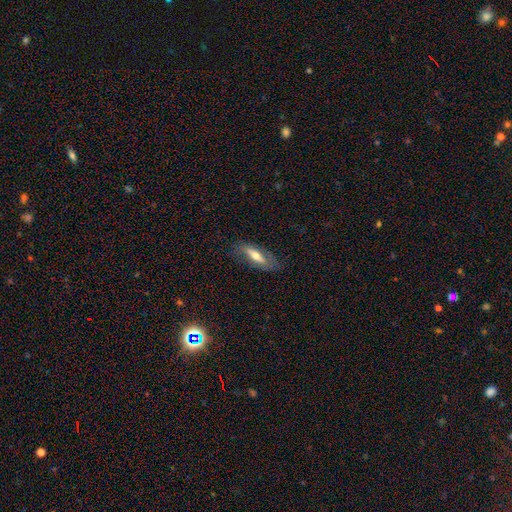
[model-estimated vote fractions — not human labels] Q: Smooth or featured?
A: smooth (48%); runner-up: featured or disk (45%)
Q: Merging?
A: none (71%); runner-up: minor disturbance (20%)